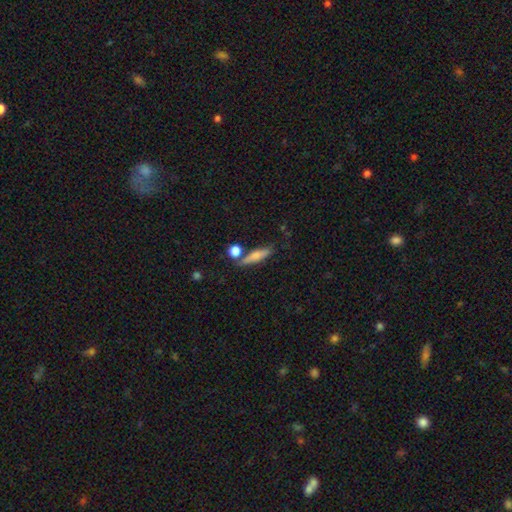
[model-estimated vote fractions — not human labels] smooth-or-featured: smooth: 67% | featured or disk: 26% | star or artifact: 8%
  how-rounded: cigar-shaped: 73% | in between: 22% | round: 5%
  merging: none: 69% | minor disturbance: 14% | merger: 12% | major disturbance: 5%